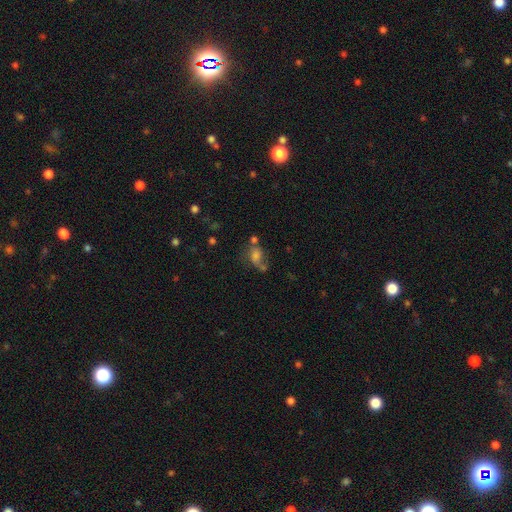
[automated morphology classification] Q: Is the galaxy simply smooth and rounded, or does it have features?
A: smooth — 47%.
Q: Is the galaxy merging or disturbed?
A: none — 36%.